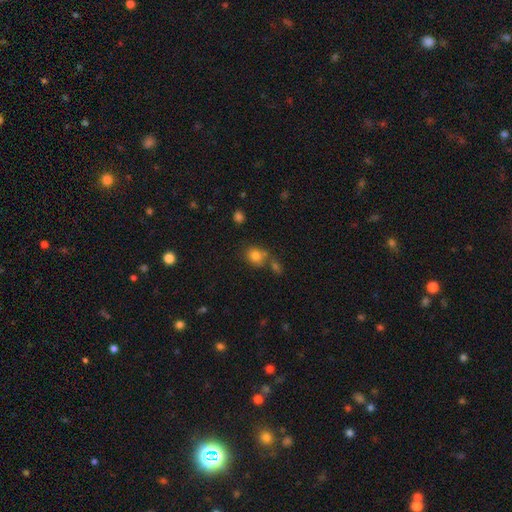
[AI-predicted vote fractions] This appears to be a smooth galaxy with no disk features (81%) that is round (61%). Merging: none (57%).